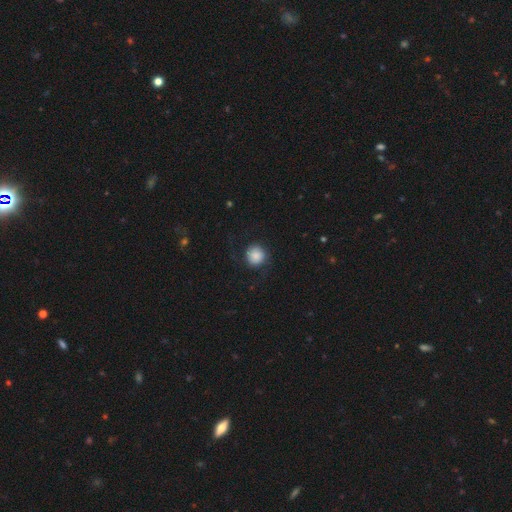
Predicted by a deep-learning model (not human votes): Overall: smooth (77%). How rounded: round (91%). Merging: none (76%).